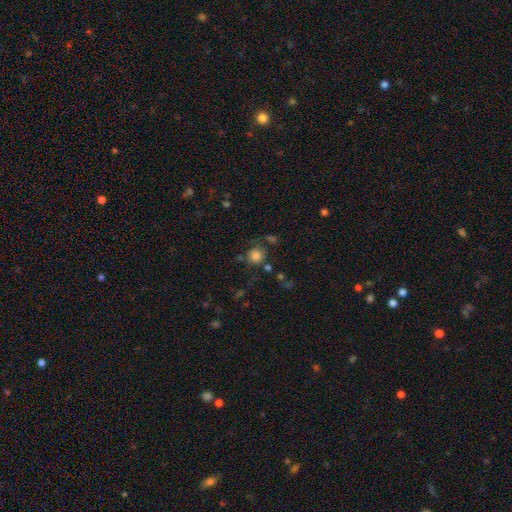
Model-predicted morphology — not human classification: smooth 81%, star or artifact 12%, featured or disk 7%. Down the decision tree: how rounded — round (88%); merging — none (70%).